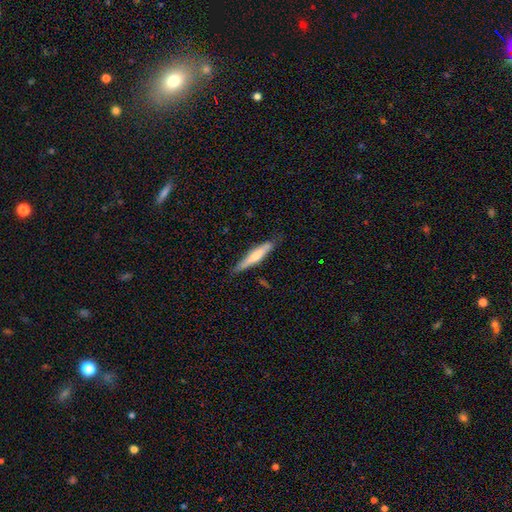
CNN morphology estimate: Smooth or featured? smooth (60%)
How rounded? cigar-shaped (87%)
Merging? none (75%)